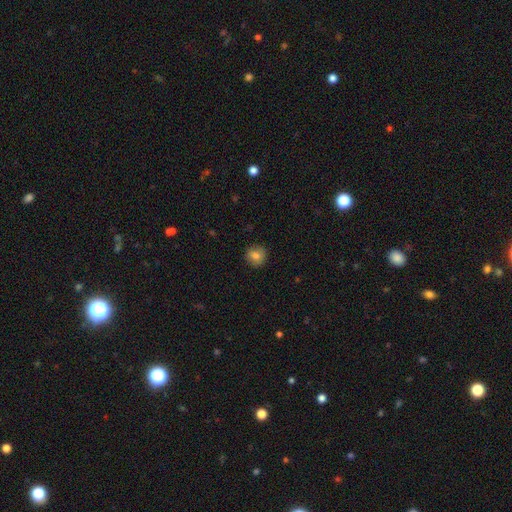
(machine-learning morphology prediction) This appears to be a smooth galaxy with no disk features (81%) that is round (91%). Merging: none (89%).